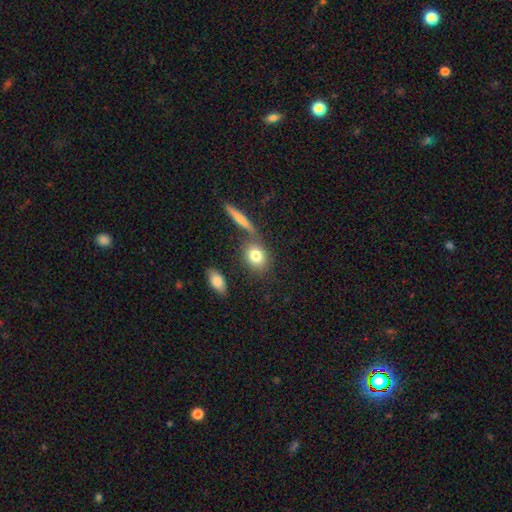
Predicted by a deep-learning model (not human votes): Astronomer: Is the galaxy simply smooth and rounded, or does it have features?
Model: smooth — 79%.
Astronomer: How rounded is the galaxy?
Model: round — 48%, tied with in between at 48%.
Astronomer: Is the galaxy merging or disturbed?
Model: none — 64%.